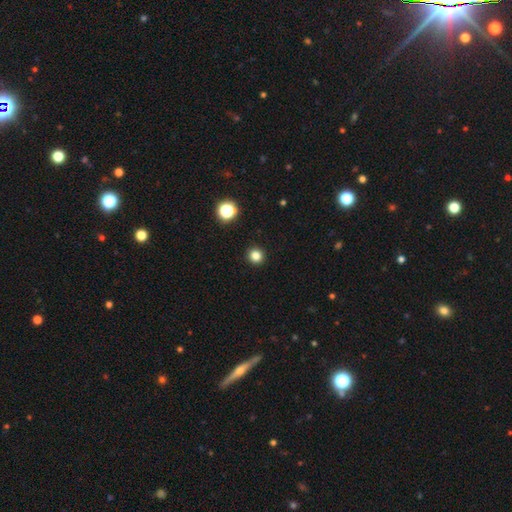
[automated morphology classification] This appears to be a smooth galaxy with no disk features (82%) that is round (94%). Merging: none (93%).